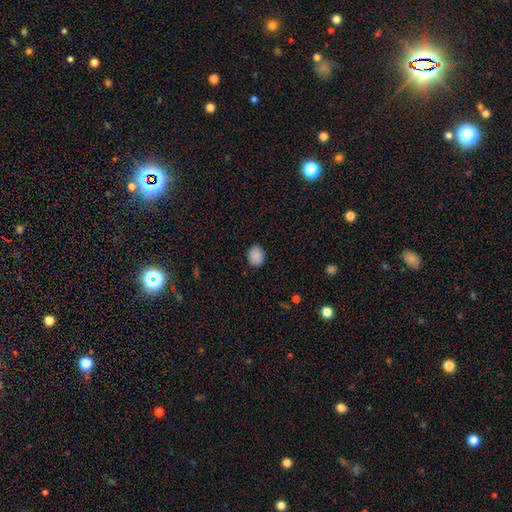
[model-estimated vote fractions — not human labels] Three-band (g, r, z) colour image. It shows a smooth galaxy with no disk features (89%) that is in between round and cigar-shaped (56%). Merging: none (87%).